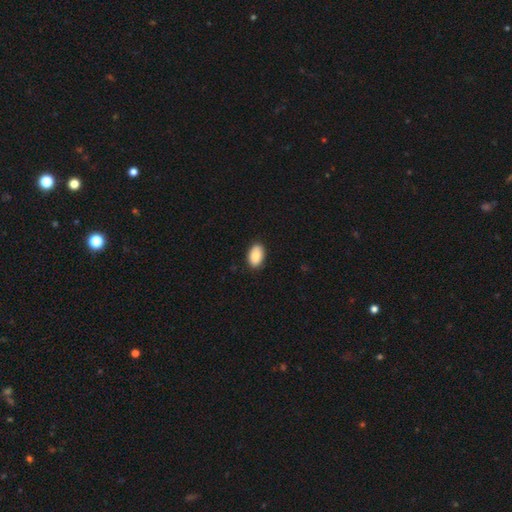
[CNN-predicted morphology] This is clearly a smooth galaxy (87%). How rounded: clearly in between (92%). Merging: clearly none (89%).